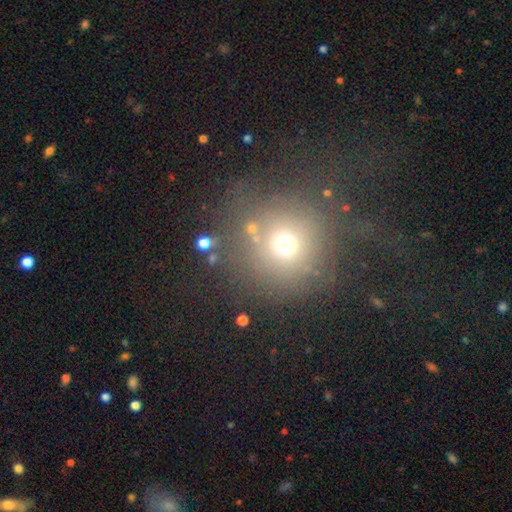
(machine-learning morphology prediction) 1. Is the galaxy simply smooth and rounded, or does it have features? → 58% smooth, 29% star or artifact, 14% featured or disk.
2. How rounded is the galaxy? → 92% round, 7% in between, 1% cigar-shaped.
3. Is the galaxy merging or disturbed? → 56% none, 22% major disturbance, 15% minor disturbance, 6% merger.